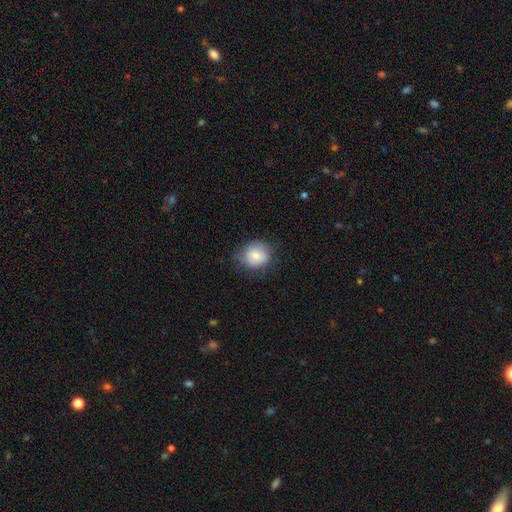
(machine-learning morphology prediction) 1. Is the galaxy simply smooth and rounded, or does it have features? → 78% smooth, 13% featured or disk, 9% star or artifact.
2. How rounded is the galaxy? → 78% round, 21% in between, 1% cigar-shaped.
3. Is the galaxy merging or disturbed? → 75% none, 18% minor disturbance, 6% major disturbance, 1% merger.